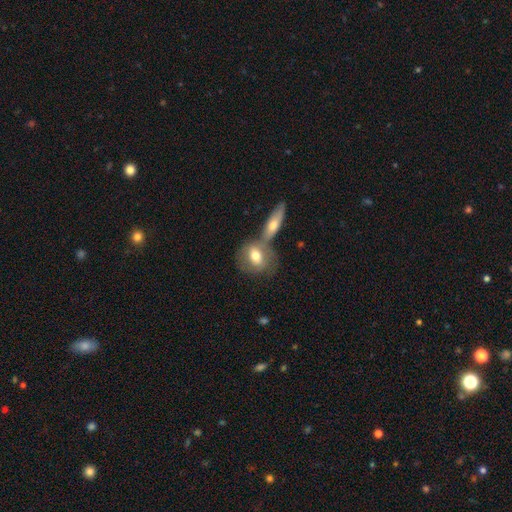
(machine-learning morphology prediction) Overall: smooth (60%; featured or disk 34%). How rounded: in between (56%; round 38%). Merging: merger (45%; none 40%).